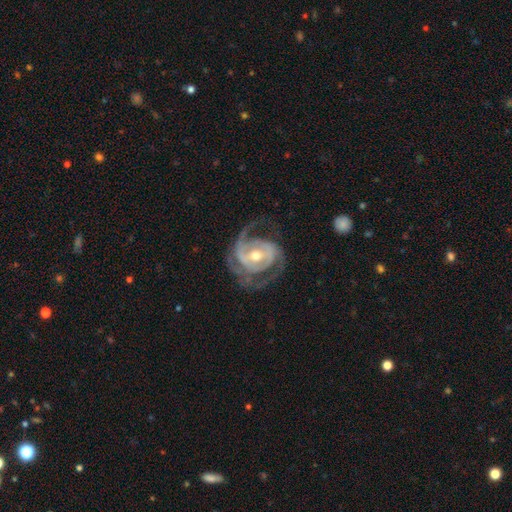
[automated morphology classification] type=featured or disk (90%); edge-on=no (97%); bar=weak (40%); spiral arms=yes (95%); winding=medium (45%); arm count=2 (59%); bulge=moderate (66%); merging=none (64%).